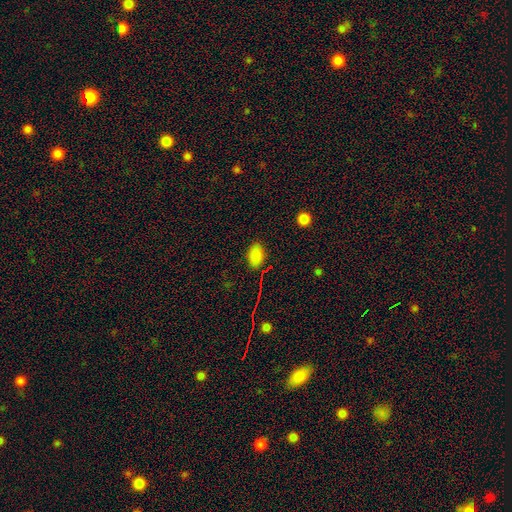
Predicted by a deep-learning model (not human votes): smooth 81%, star or artifact 13%, featured or disk 6%. Down the decision tree: how rounded — in between (88%); merging — none (85%).